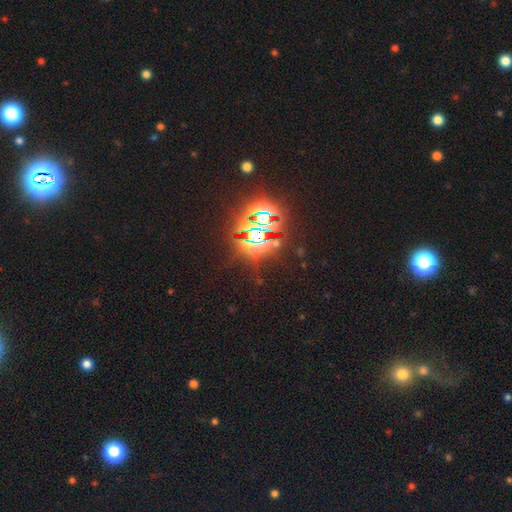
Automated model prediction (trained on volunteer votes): smooth_or_featured: star or artifact (p=0.84) [alt: smooth p=0.09]